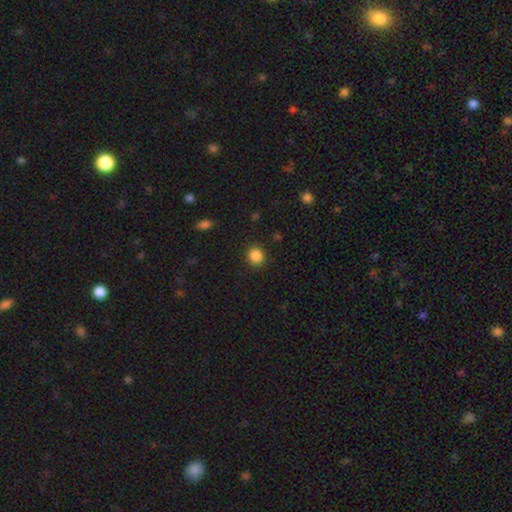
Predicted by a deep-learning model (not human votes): A smooth galaxy with no disk features (86%) that is round (85%). Merging: none (89%).